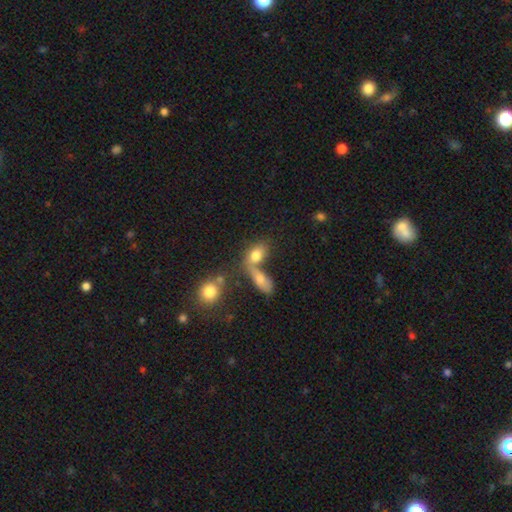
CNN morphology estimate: smooth_or_featured: smooth (p=0.54) [alt: star or artifact p=0.24]
how_rounded: in between (p=0.52) [alt: round p=0.36]
merging: merger (p=0.48) [alt: none p=0.37]